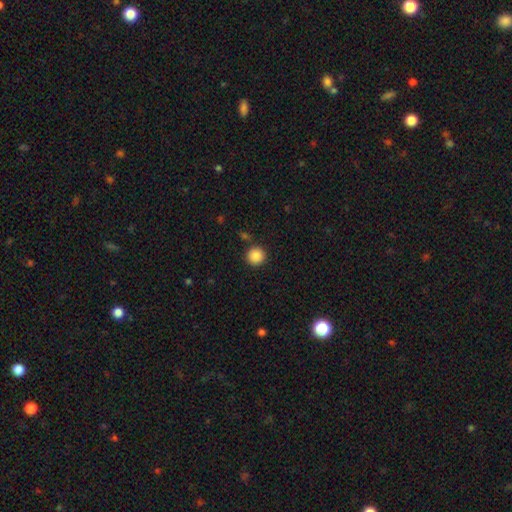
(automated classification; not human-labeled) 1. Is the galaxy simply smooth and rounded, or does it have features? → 88% smooth, 9% star or artifact, 3% featured or disk.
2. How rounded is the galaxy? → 94% round, 5% in between, 1% cigar-shaped.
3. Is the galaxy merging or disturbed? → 88% none, 7% minor disturbance, 3% merger, 2% major disturbance.